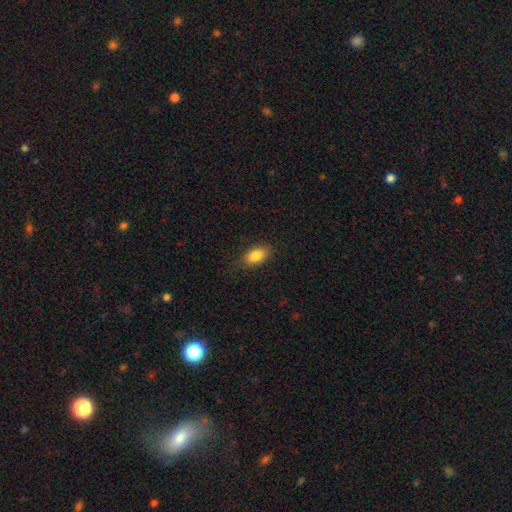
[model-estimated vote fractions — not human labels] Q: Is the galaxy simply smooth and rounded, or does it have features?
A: smooth — 86%.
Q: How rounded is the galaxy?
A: in between — 89%.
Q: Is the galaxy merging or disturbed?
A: none — 82%.